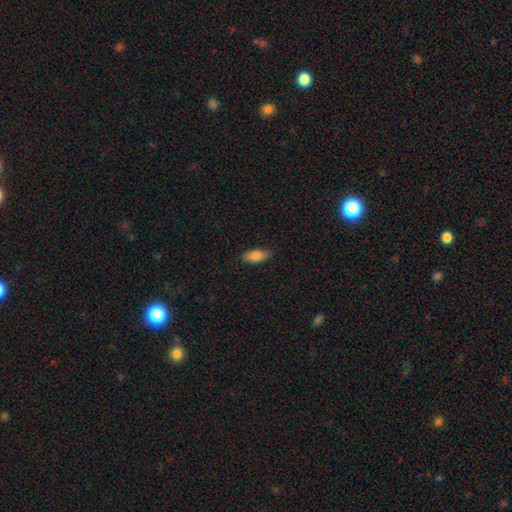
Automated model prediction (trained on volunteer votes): This is clearly a smooth galaxy (84%). How rounded: clearly in between (85%). Merging: clearly none (86%).